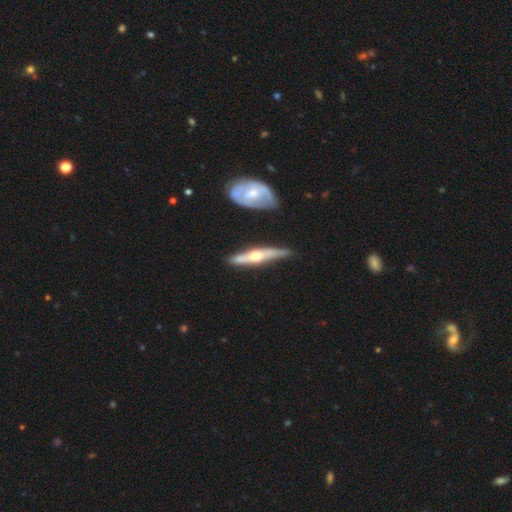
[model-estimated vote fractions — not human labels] smooth_or_featured: featured or disk (p=0.72) [alt: smooth p=0.23]
disk_edge_on: yes (p=0.91) [alt: no p=0.09]
edge_on_bulge: rounded (p=0.92) [alt: none p=0.04]
merging: none (p=0.77) [alt: minor disturbance p=0.17]